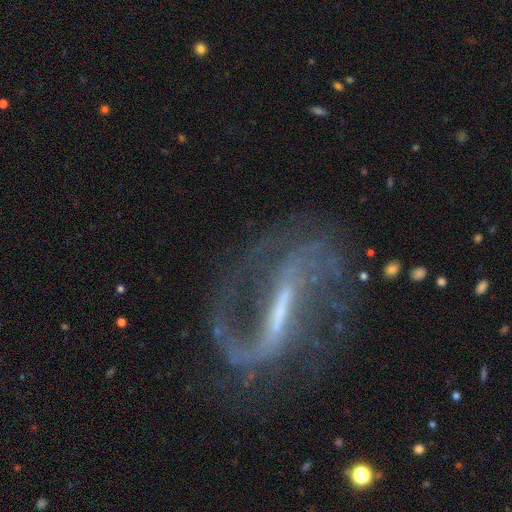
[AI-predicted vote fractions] This is clearly a featured or disk galaxy (89%). It is clearly not viewed edge-on (94%). Bar: likely strong (68%). Spiral arm pattern: clearly yes (94%). Spiral arm count: clearly 2 (83%). Spiral winding: possibly loose (50%). Central bulge: possibly small (46%). Merging: likely none (63%).